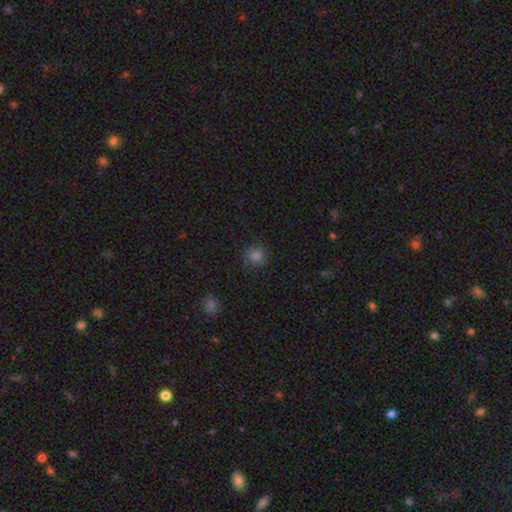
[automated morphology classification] The model was most divided on "smooth or featured": smooth: 79%, star or artifact: 15%, featured or disk: 6%. More confident: how rounded — round (89%); merging — none (84%).